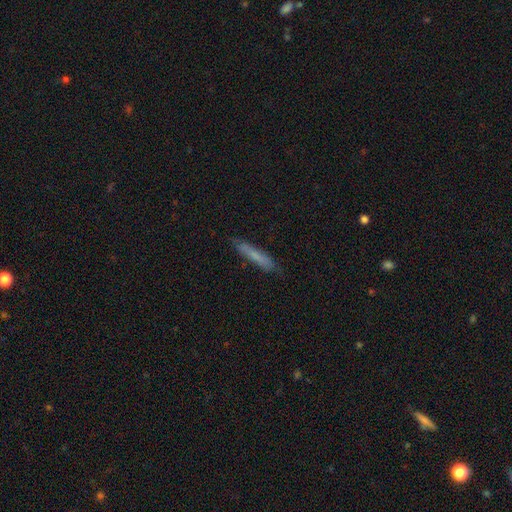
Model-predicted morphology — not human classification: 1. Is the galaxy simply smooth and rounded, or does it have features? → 67% smooth, 25% featured or disk, 7% star or artifact.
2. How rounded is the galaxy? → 92% cigar-shaped, 7% in between, 1% round.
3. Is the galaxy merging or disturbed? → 81% none, 15% minor disturbance, 3% major disturbance, 2% merger.